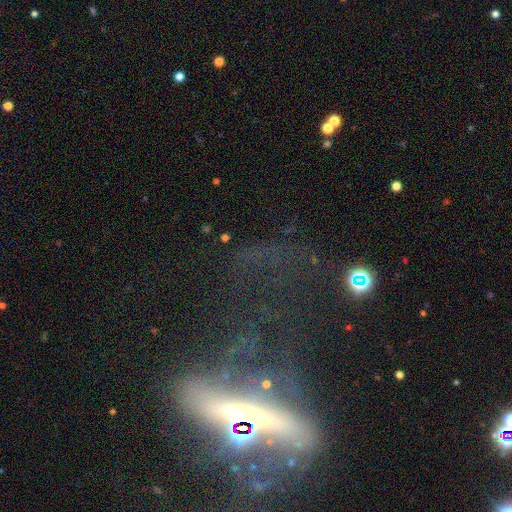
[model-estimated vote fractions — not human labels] This appears to be a featured or disk galaxy (51%) viewed edge-on (51%). Merging: none (40%).